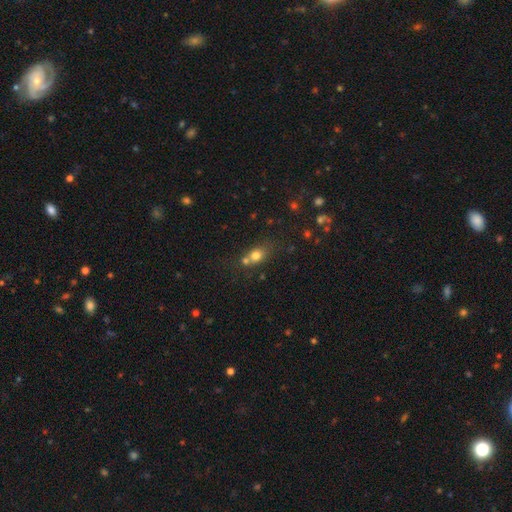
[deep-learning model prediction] smooth 75%, star or artifact 13%, featured or disk 12%. Down the decision tree: how rounded — round (50%); merging — none (44%).